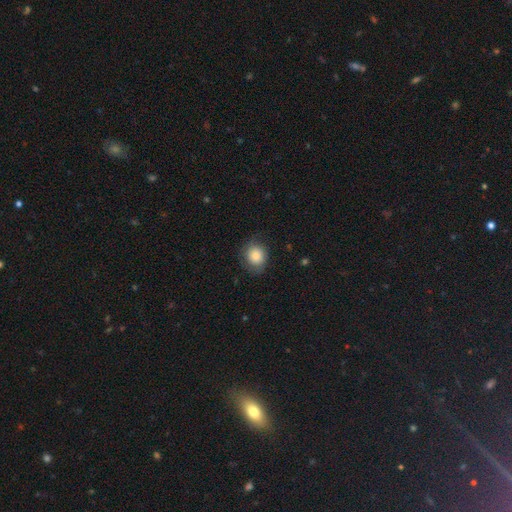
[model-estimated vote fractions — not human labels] smooth_or_featured: smooth (p=0.82) [alt: featured or disk p=0.10]
how_rounded: round (p=0.70) [alt: in between p=0.29]
merging: none (p=0.73) [alt: minor disturbance p=0.19]